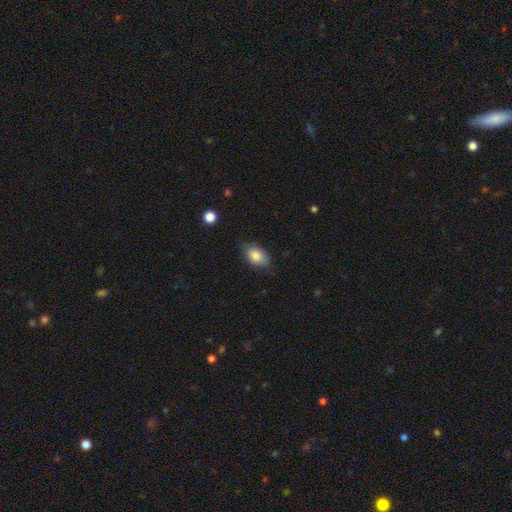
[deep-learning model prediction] A smooth galaxy with no disk features (83%) that is in between round and cigar-shaped (88%).

Vote fractions:
- Smooth or featured? smooth: 83% / featured or disk: 10% / star or artifact: 7%
- How rounded? in between: 88% / round: 10% / cigar-shaped: 2%
- Merging? none: 73% / minor disturbance: 22% / major disturbance: 4% / merger: 1%